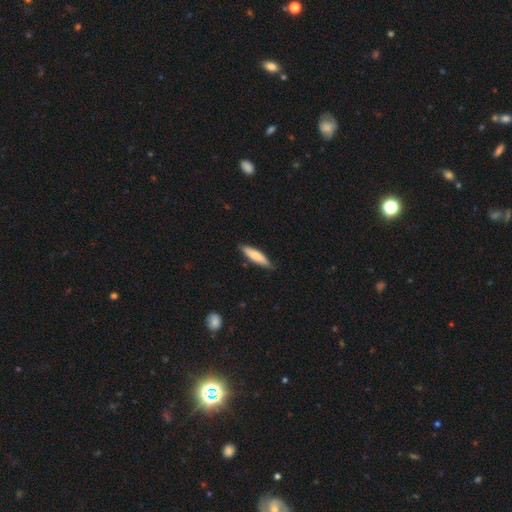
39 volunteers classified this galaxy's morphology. Volunteers were most divided on "how rounded": cigar-shaped: 64%, in between: 29%, round: 7%. More confident: merging — none (92%); smooth or featured — smooth (72%).